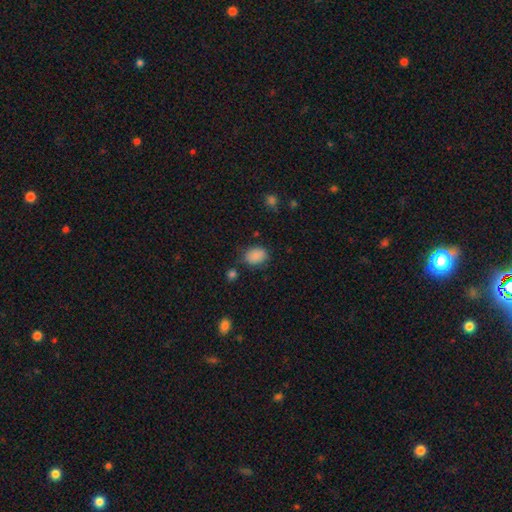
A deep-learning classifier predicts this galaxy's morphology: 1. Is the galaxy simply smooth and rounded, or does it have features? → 87% smooth, 9% star or artifact, 4% featured or disk.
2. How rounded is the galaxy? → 68% in between, 31% round, 1% cigar-shaped.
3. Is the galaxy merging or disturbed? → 76% none, 17% minor disturbance, 4% major disturbance, 3% merger.